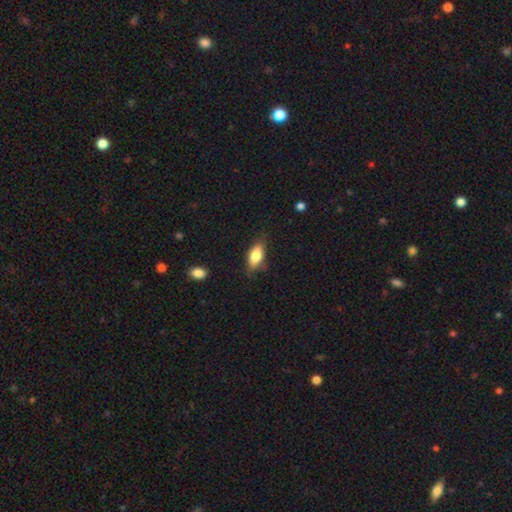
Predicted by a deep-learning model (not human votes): Smooth or featured: smooth — 77% (featured or disk — 16%)
How rounded: in between — 82% (cigar-shaped — 15%)
Merging: none — 76% (minor disturbance — 19%)